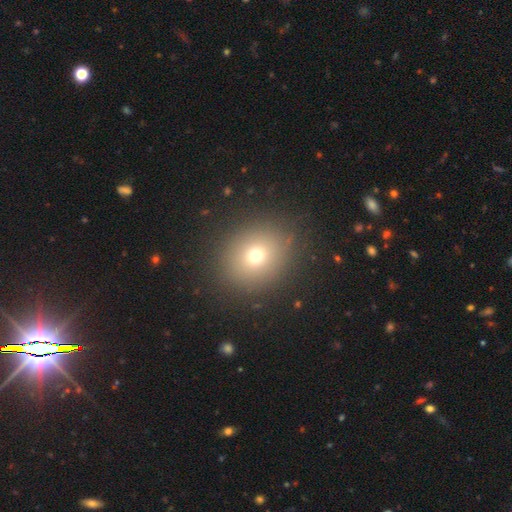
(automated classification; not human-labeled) Morphology: type=smooth (69%); roundness=round (79%); merging=none (85%).